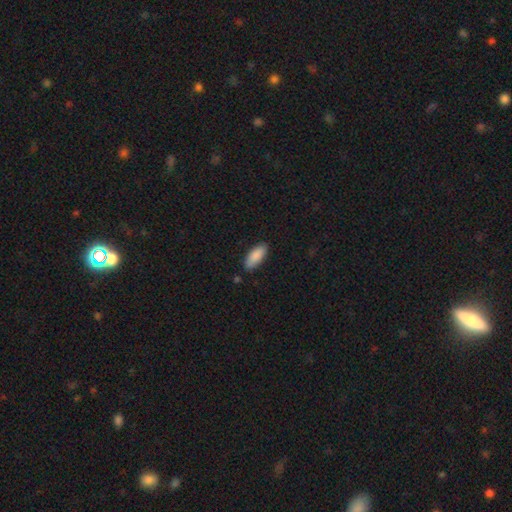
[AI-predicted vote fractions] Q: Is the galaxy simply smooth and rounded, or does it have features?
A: smooth — 88%.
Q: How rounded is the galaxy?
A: in between — 83%.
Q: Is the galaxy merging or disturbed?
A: none — 85%.